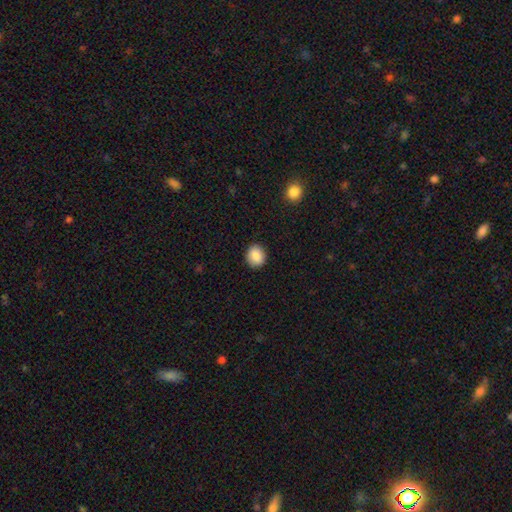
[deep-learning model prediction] Smooth or featured? Predicted: smooth (p=0.88). How rounded? Predicted: round (p=0.70). Merging? Predicted: none (p=0.90).